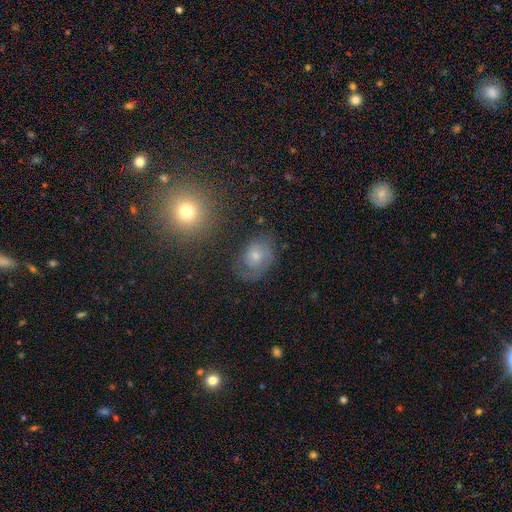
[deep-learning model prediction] This is possibly a smooth galaxy (46%). Merging: possibly none (58%).